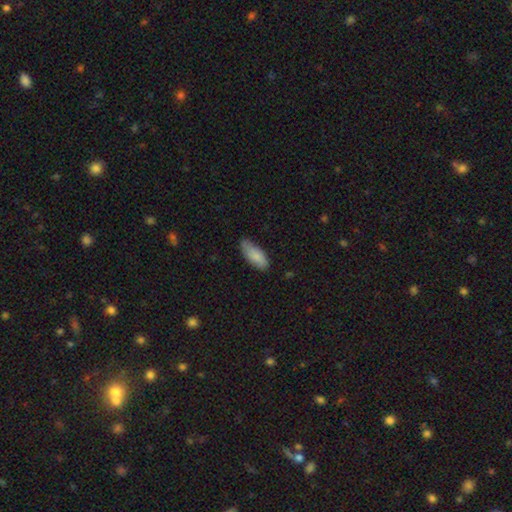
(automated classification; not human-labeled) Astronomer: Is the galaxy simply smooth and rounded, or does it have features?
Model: smooth — 85%.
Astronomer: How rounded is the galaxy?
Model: in between — 80%.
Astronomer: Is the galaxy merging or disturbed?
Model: none — 68%.